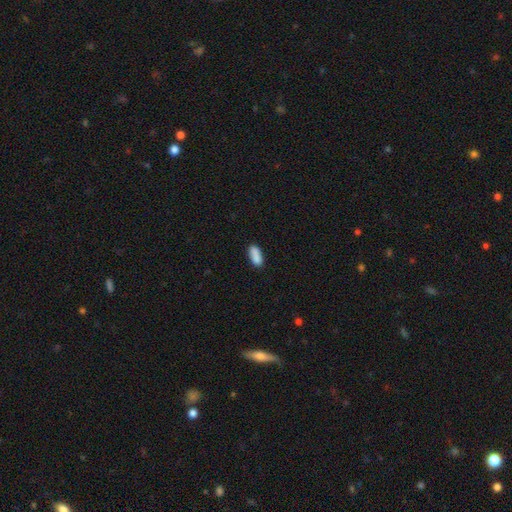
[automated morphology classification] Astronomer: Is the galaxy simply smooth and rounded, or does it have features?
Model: smooth — 87%.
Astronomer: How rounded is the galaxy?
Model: in between — 80%.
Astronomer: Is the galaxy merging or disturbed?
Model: none — 78%.